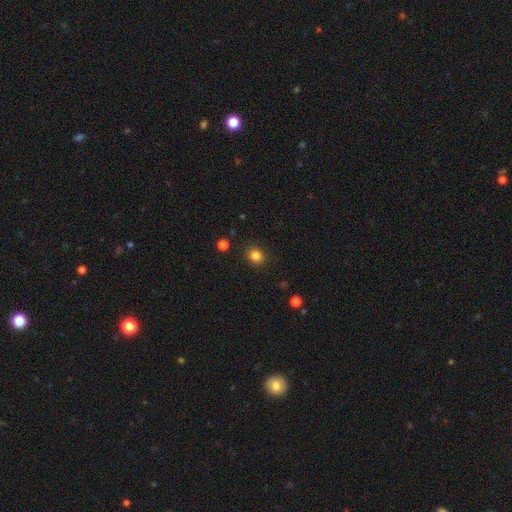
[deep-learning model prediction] A smooth galaxy with no disk features (83%) that is round (79%).

Vote fractions:
- Smooth or featured? smooth: 83% / star or artifact: 12% / featured or disk: 4%
- How rounded? round: 79% / in between: 20% / cigar-shaped: 1%
- Merging? none: 89% / minor disturbance: 7% / major disturbance: 2% / merger: 1%